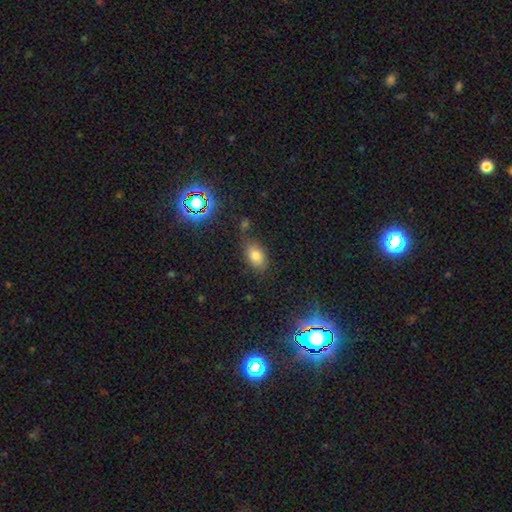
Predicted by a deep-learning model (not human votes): Smooth or featured: smooth — 77% (star or artifact — 14%)
How rounded: in between — 87% (round — 10%)
Merging: none — 75% (minor disturbance — 16%)